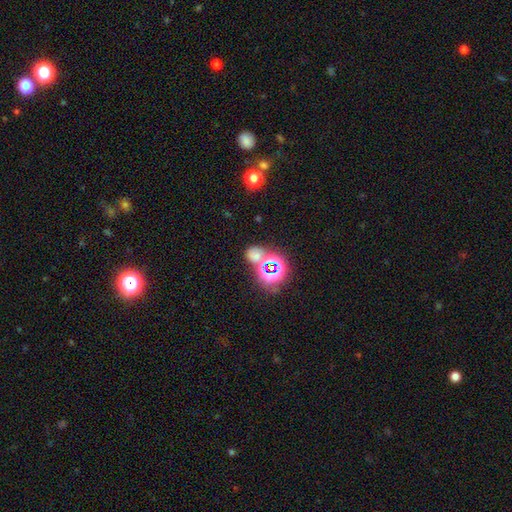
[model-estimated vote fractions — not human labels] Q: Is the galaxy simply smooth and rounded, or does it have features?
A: star or artifact — 48%.